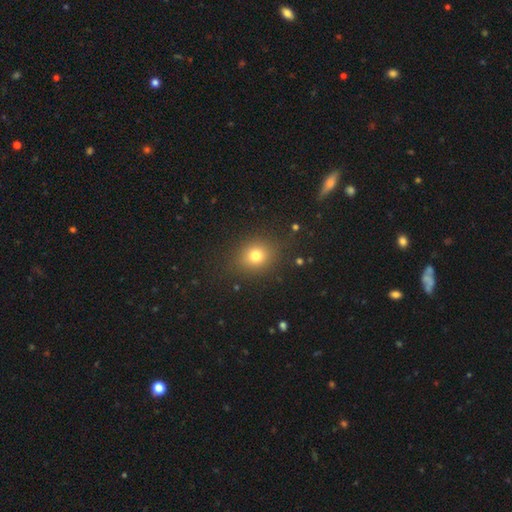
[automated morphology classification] Overall: smooth (77%). How rounded: round (69%; in between 30%). Merging: none (85%).